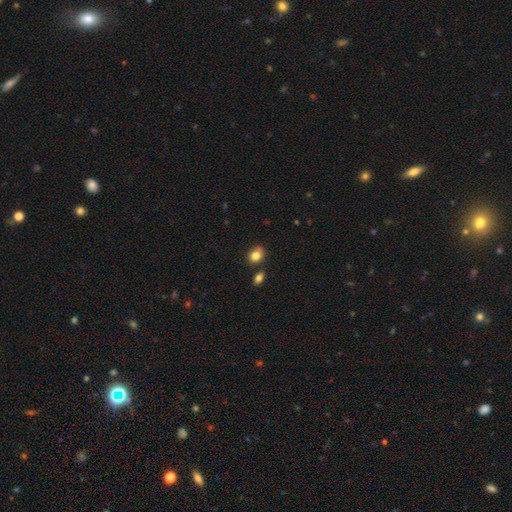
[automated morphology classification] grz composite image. It shows a smooth galaxy with no disk features (82%) that is in between round and cigar-shaped (52%). Merging: none (69%).